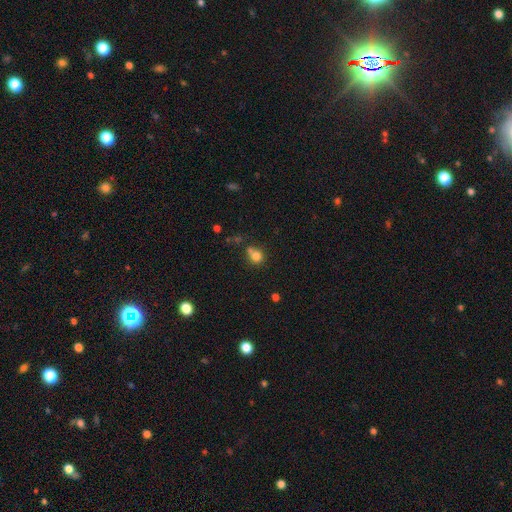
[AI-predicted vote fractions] Morphology: type=smooth (78%); roundness=round (79%); merging=none (51%).